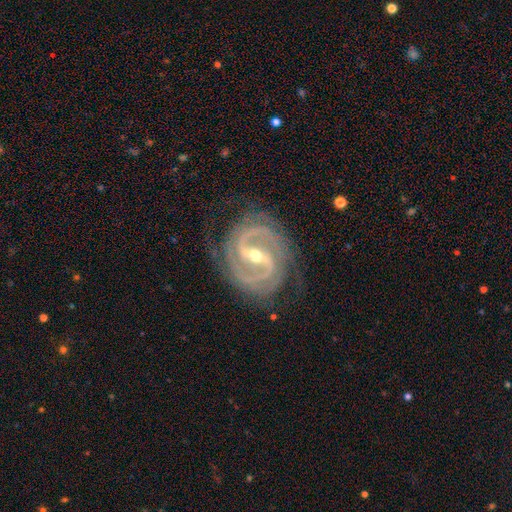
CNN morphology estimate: A featured or disk galaxy (93%) with a strong bar (62%), 2 (78%) medium (46%, tied with tight) spiral arms (98%) and a small central bulge (50%).

Vote fractions:
- Smooth or featured? featured or disk: 93% / star or artifact: 4% / smooth: 3%
- Edge-on disk? no: 97% / yes: 3%
- Bar? strong: 62% / weak: 29% / no: 9%
- Spiral arms? yes: 98% / no: 2%
- Spiral winding? medium: 46% (tied) / tight: 46% (tied) / loose: 8%
- Spiral arm count? 2: 78% / 3: 11% / can't tell: 4% / 4: 3% / 1: 2% / more than 4: 2%
- Bulge size? small: 50% / moderate: 47% / large: 1% / none: 1% / dominant: 1%
- Merging? none: 76% / minor disturbance: 16% / major disturbance: 7% / merger: 1%